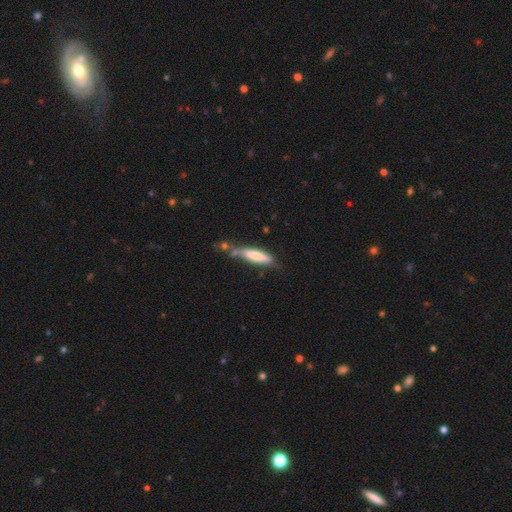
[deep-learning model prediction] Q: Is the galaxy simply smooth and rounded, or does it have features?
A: smooth — 63%.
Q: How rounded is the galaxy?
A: cigar-shaped — 76%.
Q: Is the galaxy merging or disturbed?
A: none — 49%.